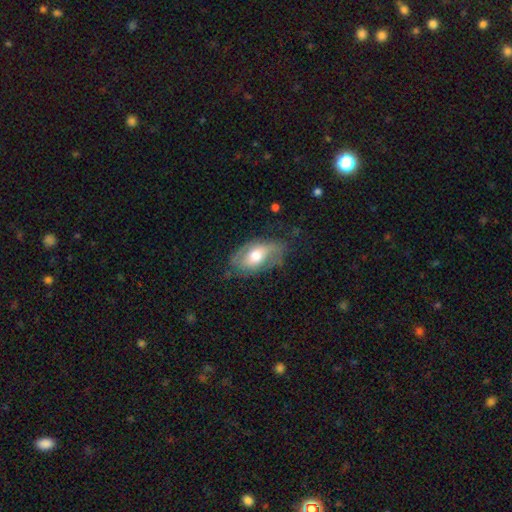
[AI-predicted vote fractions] Smooth or featured: featured or disk — 54% (smooth — 38%)
Edge-on disk: no — 89% (yes — 11%)
Merging: none — 61% (minor disturbance — 27%)